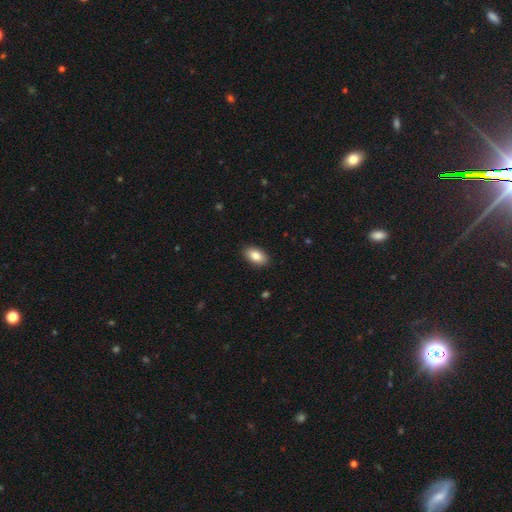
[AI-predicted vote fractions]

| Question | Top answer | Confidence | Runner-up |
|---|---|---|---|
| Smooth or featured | smooth | 86% | featured or disk (7%) |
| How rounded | in between | 93% | round (5%) |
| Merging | none | 90% | minor disturbance (8%) |